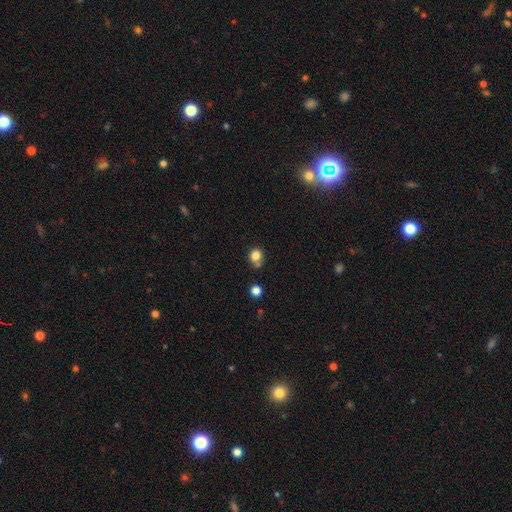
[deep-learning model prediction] smooth-or-featured: smooth: 81% | star or artifact: 12% | featured or disk: 6%
  how-rounded: round: 82% | in between: 17% | cigar-shaped: 1%
  merging: none: 61% | merger: 19% | minor disturbance: 15% | major disturbance: 5%